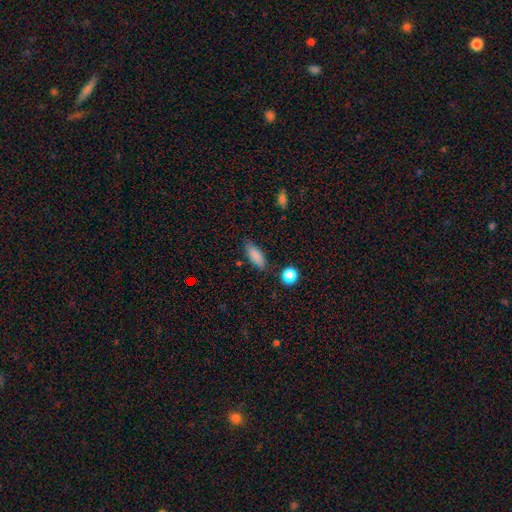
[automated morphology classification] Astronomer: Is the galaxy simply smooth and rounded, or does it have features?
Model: smooth — 85%.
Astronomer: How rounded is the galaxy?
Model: in between — 70%.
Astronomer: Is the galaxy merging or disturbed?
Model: none — 81%.